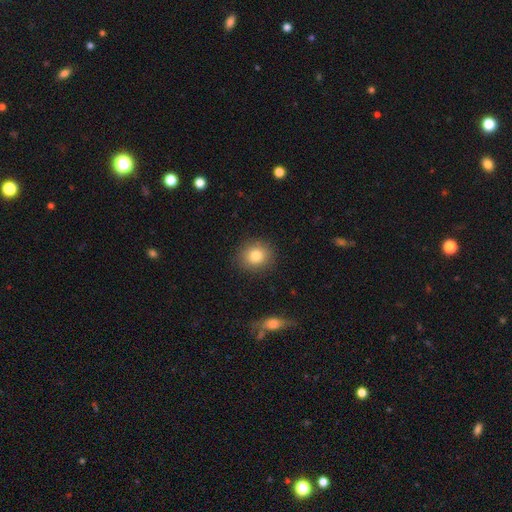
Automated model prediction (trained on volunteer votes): Smooth or featured? Predicted: smooth (p=0.81). How rounded? Predicted: round (p=0.82). Merging? Predicted: none (p=0.89).